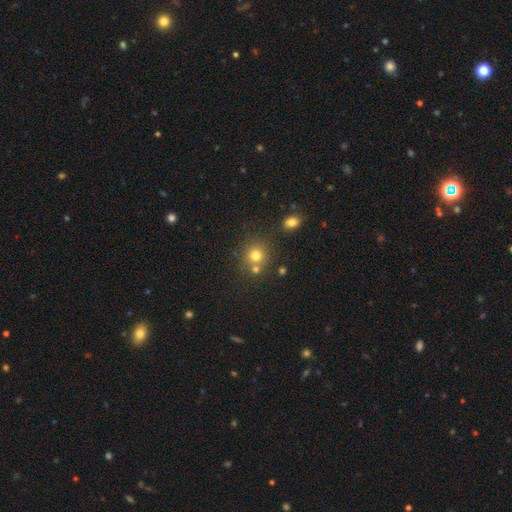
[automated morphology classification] A smooth galaxy with no disk features (75%) that is round (86%).

Vote fractions:
- Smooth or featured? smooth: 75% / star or artifact: 15% / featured or disk: 9%
- How rounded? round: 86% / in between: 13% / cigar-shaped: 1%
- Merging? none: 67% / merger: 20% / minor disturbance: 9% / major disturbance: 3%